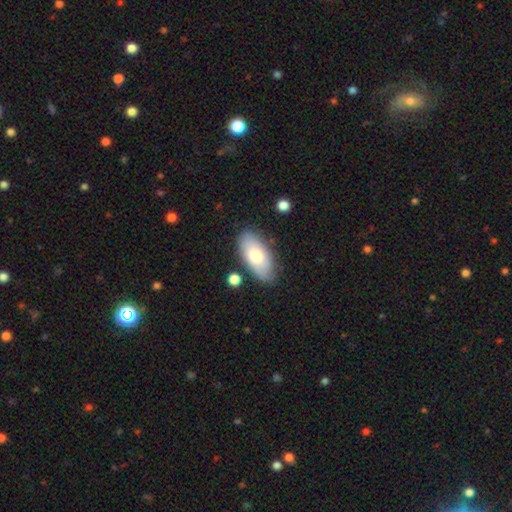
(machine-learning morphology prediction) type=smooth (72%); roundness=in between (91%); merging=none (78%).